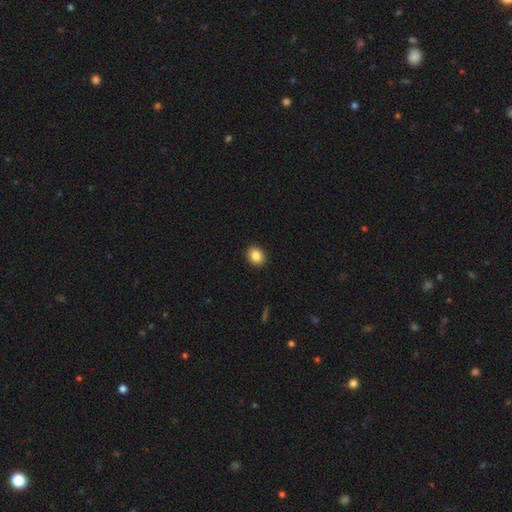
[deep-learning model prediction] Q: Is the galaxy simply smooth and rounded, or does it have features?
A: smooth — 87%.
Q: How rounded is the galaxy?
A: round — 50%.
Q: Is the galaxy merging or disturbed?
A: none — 92%.